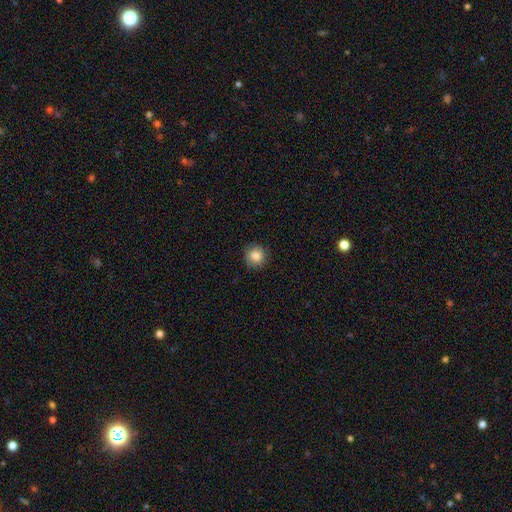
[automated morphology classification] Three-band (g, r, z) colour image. It shows a smooth galaxy with no disk features (85%) that is round (93%). Merging: none (88%).